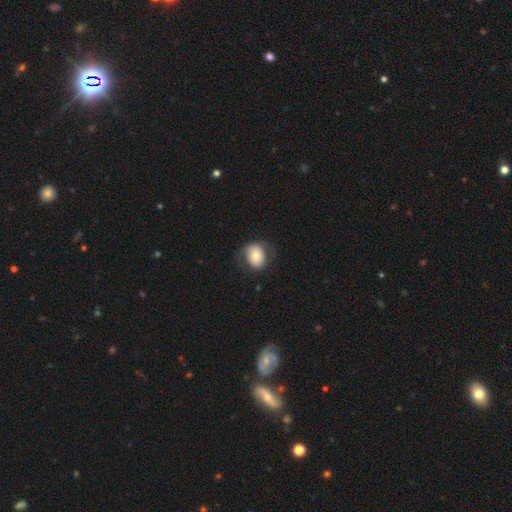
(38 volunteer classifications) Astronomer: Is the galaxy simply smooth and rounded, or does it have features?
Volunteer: smooth — 58% (runner-up: featured or disk, 34%).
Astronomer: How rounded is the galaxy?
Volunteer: in between — 73%.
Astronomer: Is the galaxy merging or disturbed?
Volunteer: none — 71%.